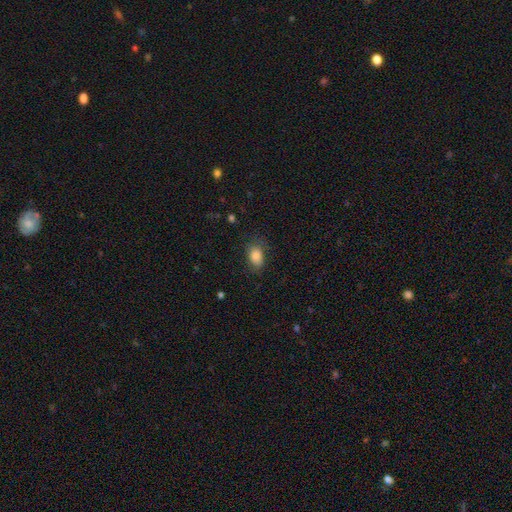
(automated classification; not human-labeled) This appears to be a smooth galaxy with no disk features (85%) that is in between round and cigar-shaped (82%). Merging: none (71%).